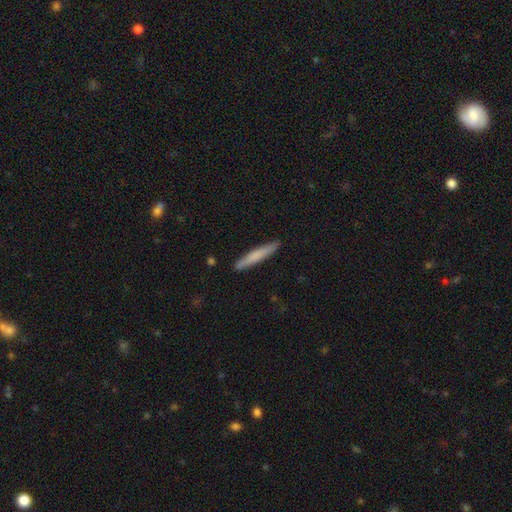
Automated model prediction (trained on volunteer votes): The model was most divided on "smooth or featured": smooth: 70%, featured or disk: 25%, star or artifact: 5%. More confident: how rounded — cigar-shaped (95%); merging — none (91%).